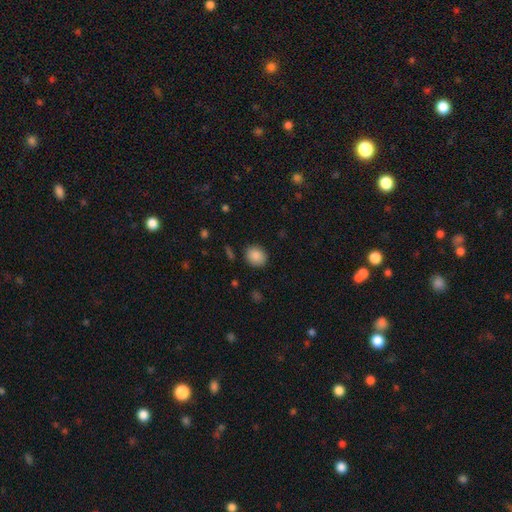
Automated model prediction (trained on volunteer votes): This appears to be a smooth galaxy with no disk features (88%) that is round (64%). Merging: none (86%).